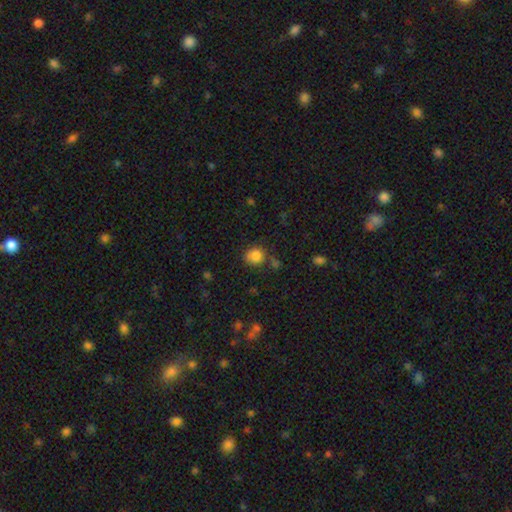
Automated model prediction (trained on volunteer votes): Smooth or featured? Predicted: smooth (p=0.83). How rounded? Predicted: round (p=0.80). Merging? Predicted: none (p=0.69).